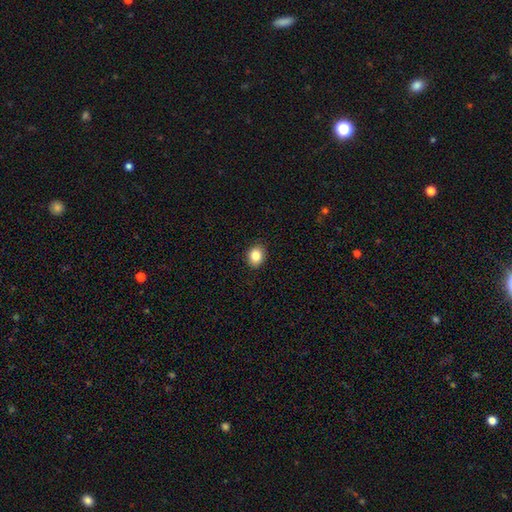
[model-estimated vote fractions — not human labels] smooth-or-featured: smooth: 86% | star or artifact: 9% | featured or disk: 5%
  how-rounded: round: 50% | in between: 49% | cigar-shaped: 1%
  merging: none: 90% | minor disturbance: 8% | major disturbance: 2% | merger: 1%